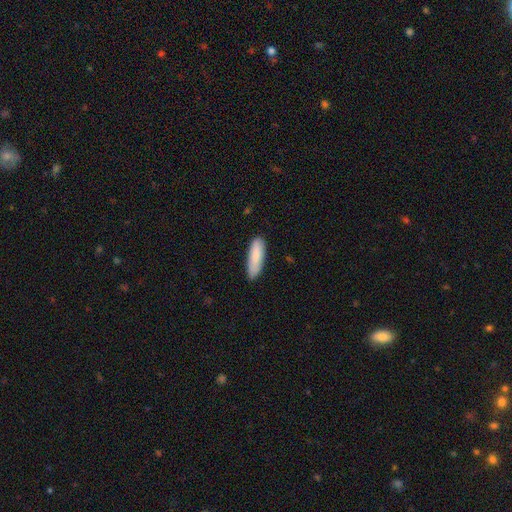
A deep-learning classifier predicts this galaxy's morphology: Overall: smooth (85%). How rounded: cigar-shaped (56%; in between 42%). Merging: none (85%).